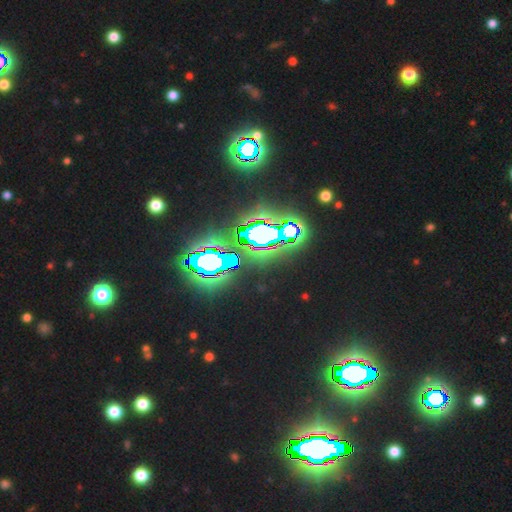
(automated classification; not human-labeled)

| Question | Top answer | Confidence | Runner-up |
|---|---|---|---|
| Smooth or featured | star or artifact | 82% | smooth (11%) |